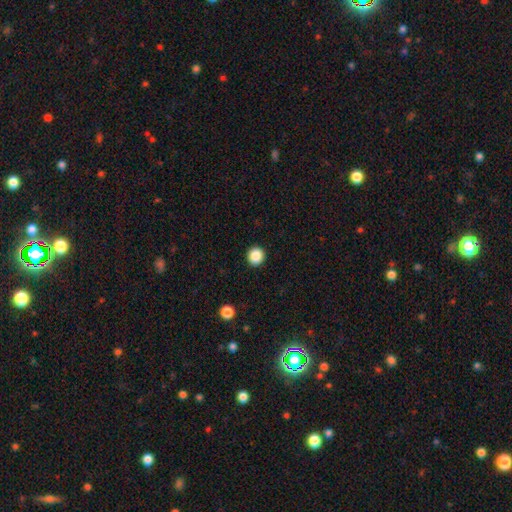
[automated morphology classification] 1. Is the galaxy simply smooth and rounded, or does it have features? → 88% smooth, 10% star or artifact, 3% featured or disk.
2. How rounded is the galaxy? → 94% round, 5% in between, 1% cigar-shaped.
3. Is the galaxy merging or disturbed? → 93% none, 5% minor disturbance, 2% major disturbance, 1% merger.